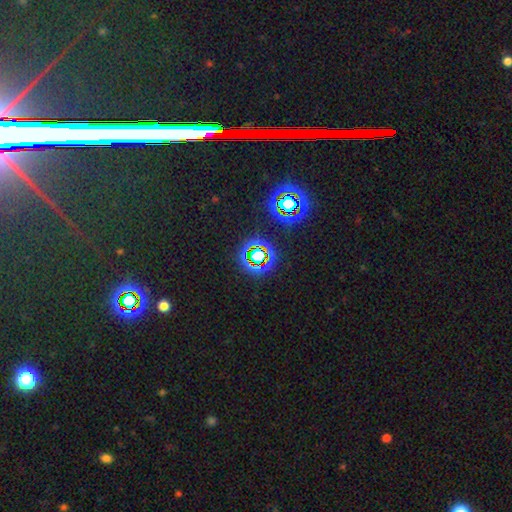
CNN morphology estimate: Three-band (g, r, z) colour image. It shows a star or artifact, not a galaxy (72%).